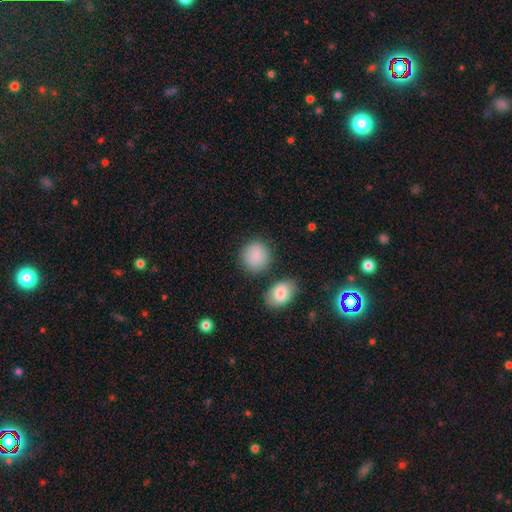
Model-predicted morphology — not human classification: smooth_or_featured: smooth (p=0.88) [alt: star or artifact p=0.07]
how_rounded: round (p=0.84) [alt: in between p=0.15]
merging: none (p=0.77) [alt: minor disturbance p=0.12]